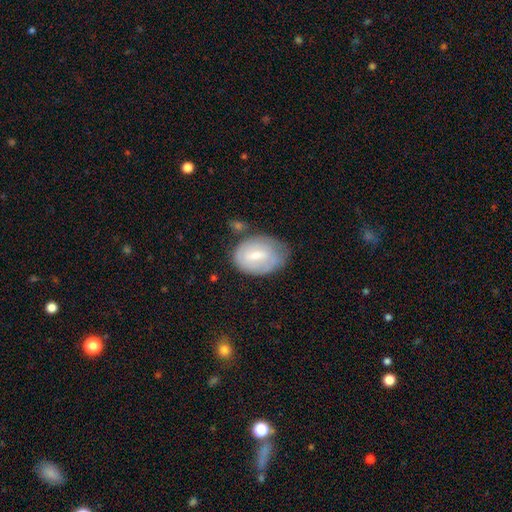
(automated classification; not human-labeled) Smooth or featured? smooth (52%)
How rounded? in between (76%)
Merging? none (51%)